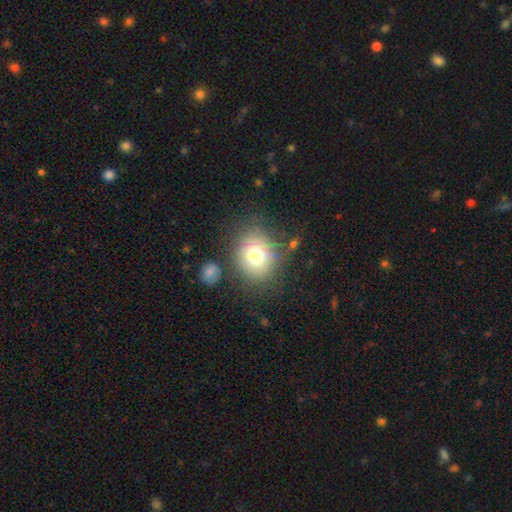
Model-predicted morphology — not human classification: Smooth or featured?
  - smooth: 75% *
  - featured or disk: 14%
  - star or artifact: 11%
How rounded?
  - round: 71% *
  - in between: 28%
  - cigar-shaped: 1%
Merging?
  - none: 72% *
  - minor disturbance: 15%
  - major disturbance: 7%
  - merger: 6%